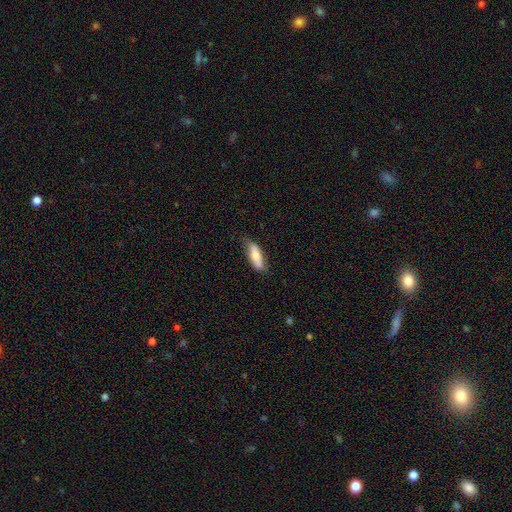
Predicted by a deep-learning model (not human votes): The model was most divided on "how rounded": in between: 55%, cigar-shaped: 43%, round: 2%. More confident: smooth or featured — smooth (75%); merging — none (75%).